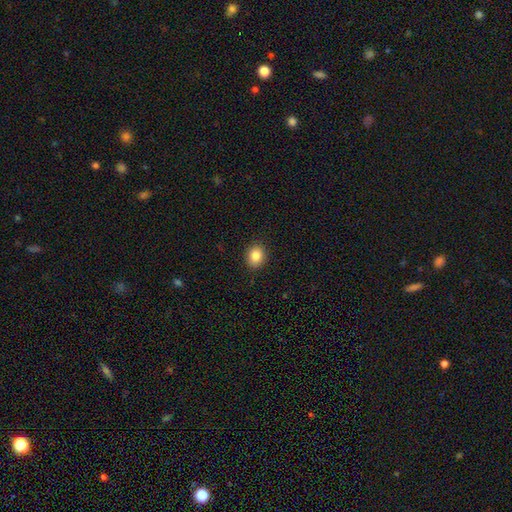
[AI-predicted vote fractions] Smooth or featured? Predicted: smooth (p=0.86). How rounded? Predicted: round (p=0.63). Merging? Predicted: none (p=0.89).